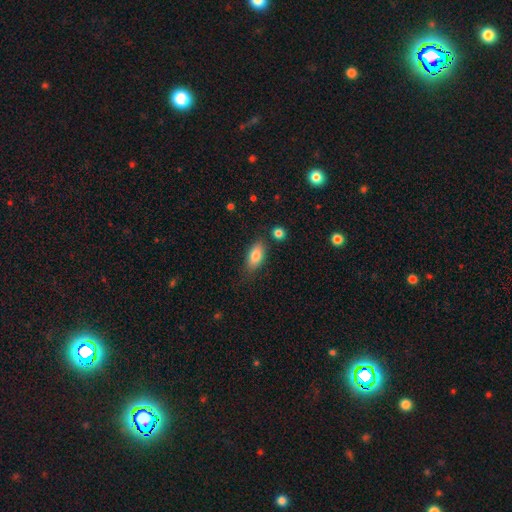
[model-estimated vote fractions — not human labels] Smooth or featured? smooth (82%)
How rounded? in between (87%)
Merging? none (77%)